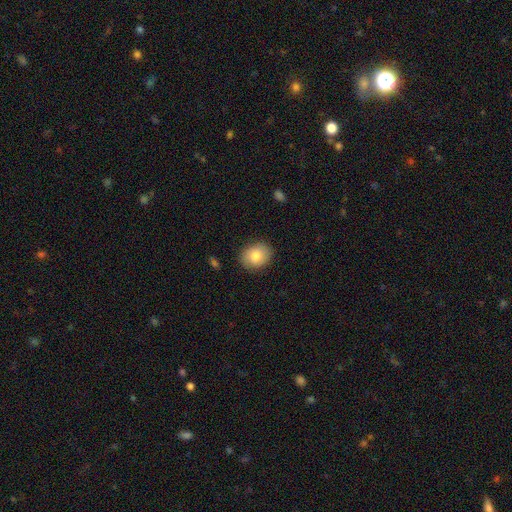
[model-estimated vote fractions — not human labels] smooth 78%, featured or disk 14%, star or artifact 8%. Down the decision tree: how rounded — round (50%); merging — none (85%).